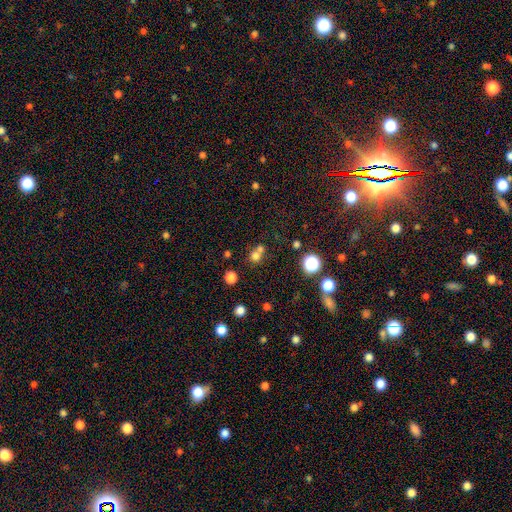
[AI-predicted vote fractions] Q: Smooth or featured?
A: smooth (70%); runner-up: star or artifact (19%)
Q: How rounded?
A: round (84%); runner-up: in between (15%)
Q: Merging?
A: merger (45%); tied with: none (45%)